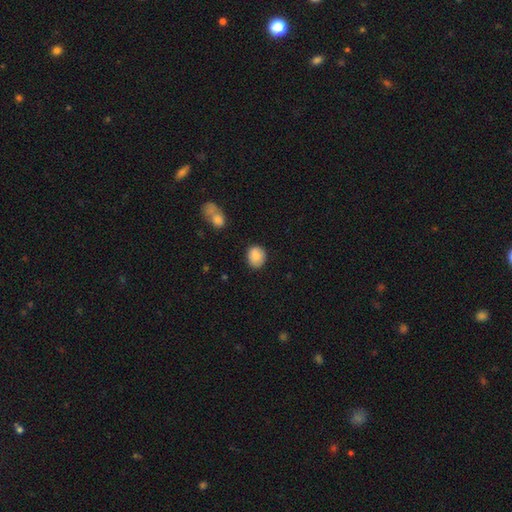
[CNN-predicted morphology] type=smooth (86%); roundness=round (65%); merging=none (82%).